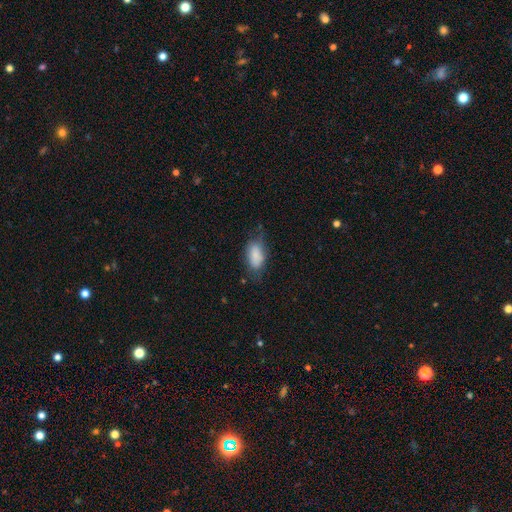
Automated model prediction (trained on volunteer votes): Smooth or featured?
  - smooth: 82% *
  - featured or disk: 11%
  - star or artifact: 7%
How rounded?
  - in between: 91% *
  - round: 5%
  - cigar-shaped: 4%
Merging?
  - none: 55% *
  - minor disturbance: 31%
  - major disturbance: 13%
  - merger: 2%